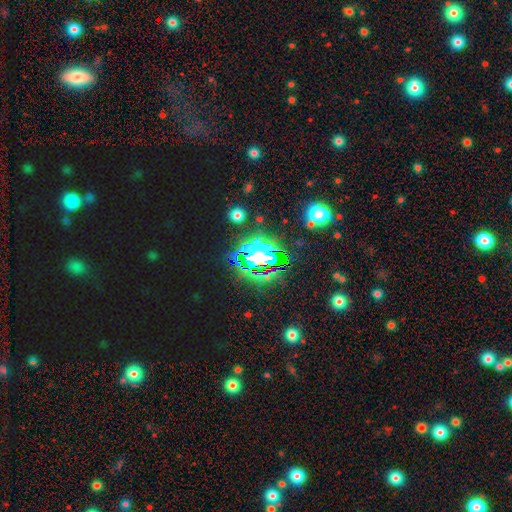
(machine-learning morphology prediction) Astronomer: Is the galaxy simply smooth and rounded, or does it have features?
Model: star or artifact — 71%.